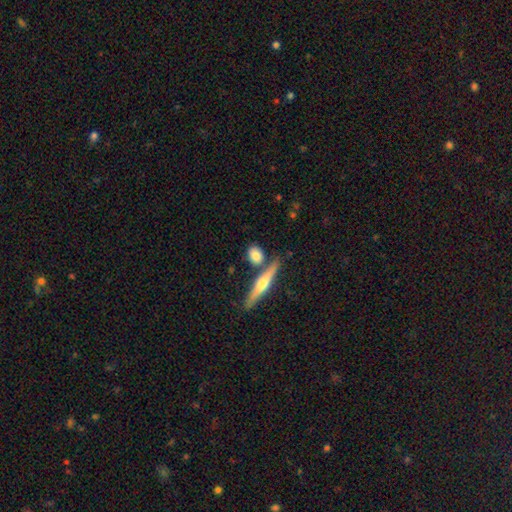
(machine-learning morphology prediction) This appears to be a smooth galaxy with no disk features (75%) that is in between round and cigar-shaped (48%). Merging: none (67%).